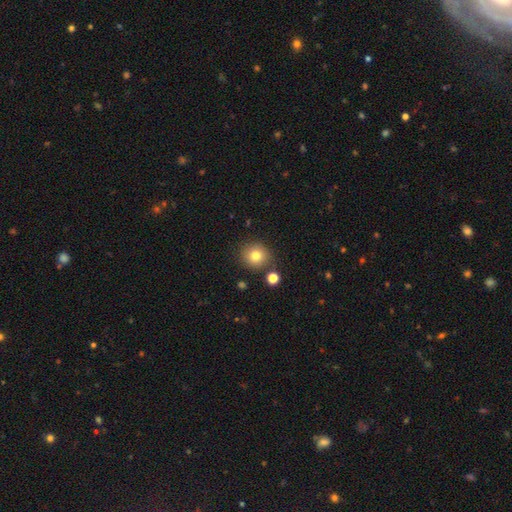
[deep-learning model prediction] Smooth or featured?
  - smooth: 79% *
  - star or artifact: 12%
  - featured or disk: 9%
How rounded?
  - round: 90% *
  - in between: 9%
  - cigar-shaped: 1%
Merging?
  - none: 84% *
  - minor disturbance: 9%
  - merger: 5%
  - major disturbance: 3%